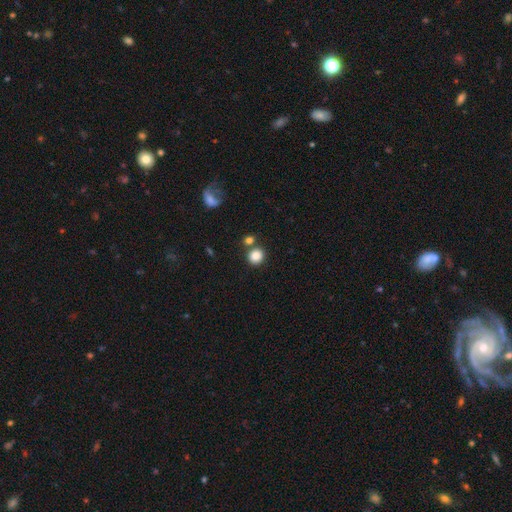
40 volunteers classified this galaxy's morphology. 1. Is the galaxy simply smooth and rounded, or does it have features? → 82% smooth, 12% star or artifact, 5% featured or disk.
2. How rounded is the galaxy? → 94% round, 6% in between, 0% cigar-shaped.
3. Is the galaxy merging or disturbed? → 80% none, 14% merger, 6% minor disturbance, 0% major disturbance.